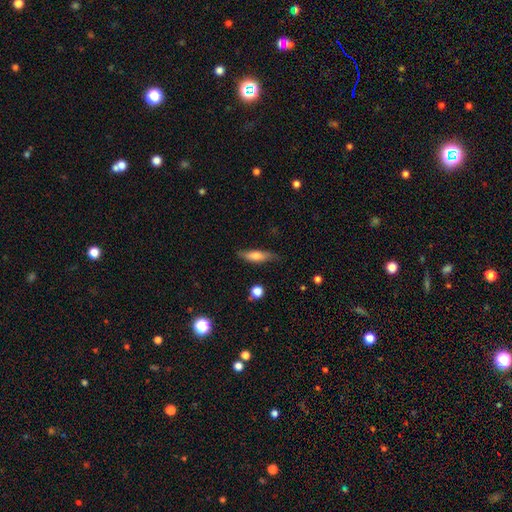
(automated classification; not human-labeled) smooth-or-featured: smooth: 68% | featured or disk: 26% | star or artifact: 7%
  how-rounded: cigar-shaped: 57% | in between: 41% | round: 2%
  merging: none: 73% | minor disturbance: 21% | major disturbance: 4% | merger: 2%